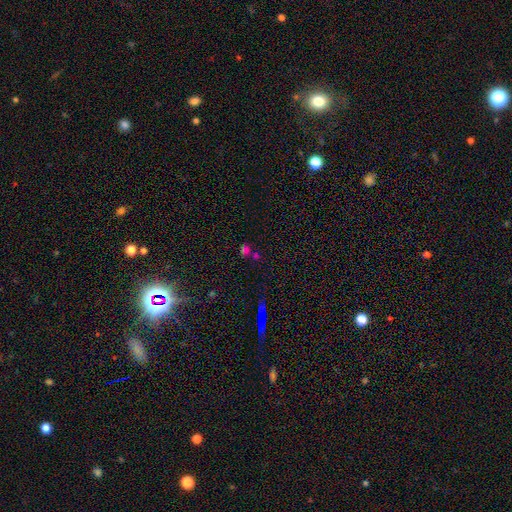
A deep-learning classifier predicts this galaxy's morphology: smooth-or-featured: smooth: 49% | star or artifact: 41% | featured or disk: 10%
  merging: none: 55% | merger: 30% | minor disturbance: 10% | major disturbance: 5%